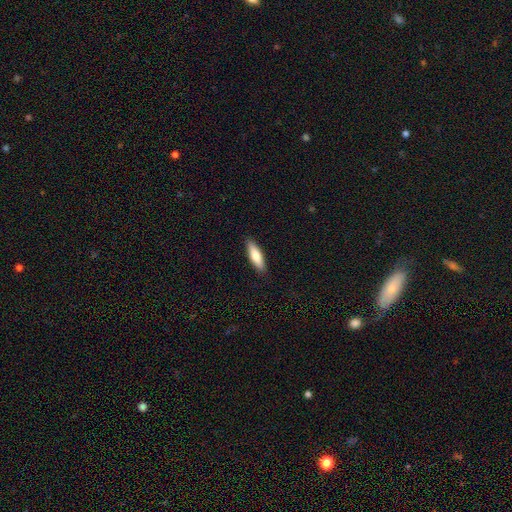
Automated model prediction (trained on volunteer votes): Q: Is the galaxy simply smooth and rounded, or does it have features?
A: smooth — 72%.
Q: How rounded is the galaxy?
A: cigar-shaped — 58%.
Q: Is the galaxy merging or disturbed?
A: none — 90%.